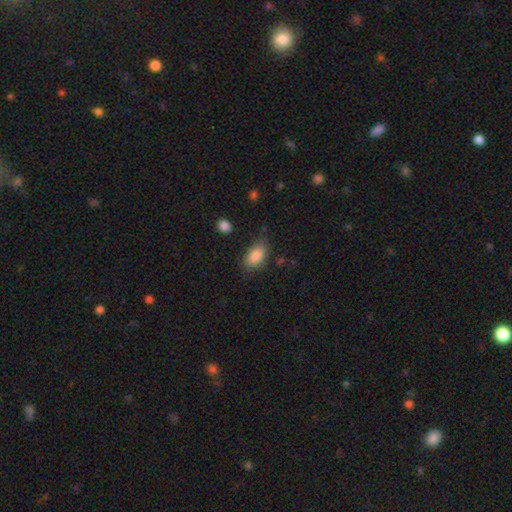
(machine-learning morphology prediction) type=smooth (87%); roundness=in between (91%); merging=none (74%).